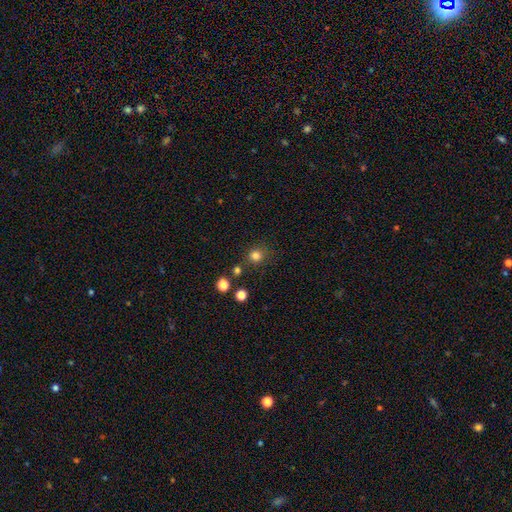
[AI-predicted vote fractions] smooth 80%, star or artifact 15%, featured or disk 5%. Down the decision tree: how rounded — round (89%); merging — none (83%).